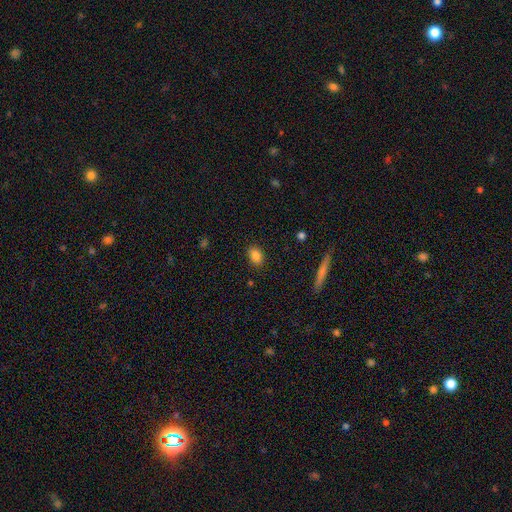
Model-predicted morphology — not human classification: A smooth galaxy with no disk features (85%) that is in between round and cigar-shaped (79%).

Vote fractions:
- Smooth or featured? smooth: 85% / star or artifact: 9% / featured or disk: 6%
- How rounded? in between: 79% / round: 18% / cigar-shaped: 3%
- Merging? none: 87% / minor disturbance: 9% / major disturbance: 2% / merger: 1%